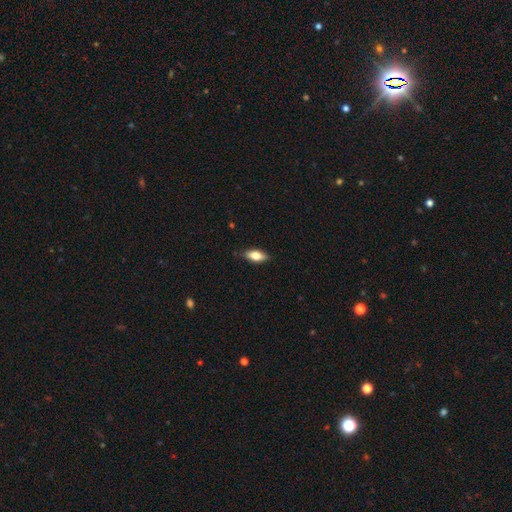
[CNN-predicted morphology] smooth_or_featured: smooth (p=0.69) [alt: featured or disk p=0.24]
how_rounded: in between (p=0.81) [alt: cigar-shaped p=0.16]
merging: none (p=0.87) [alt: minor disturbance p=0.11]